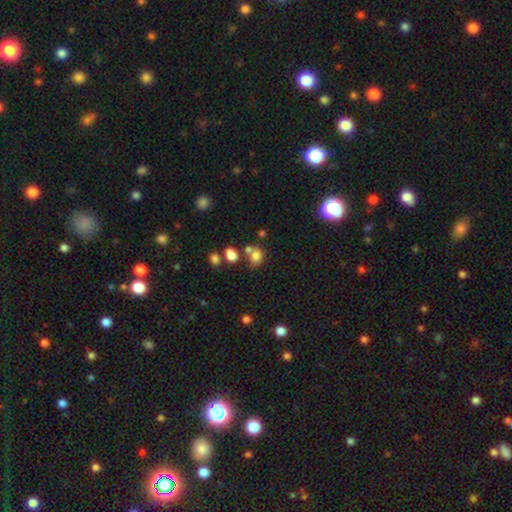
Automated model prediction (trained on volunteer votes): This appears to be a smooth galaxy with no disk features (75%) that is round (64%). Merging: none (51%).